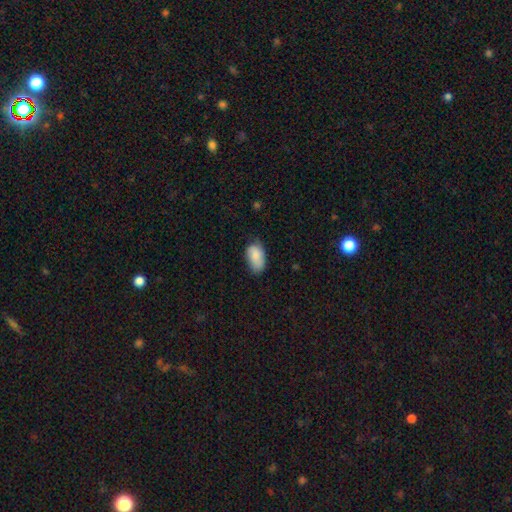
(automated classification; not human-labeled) smooth_or_featured: smooth (p=0.81) [alt: featured or disk p=0.12]
how_rounded: in between (p=0.93) [alt: round p=0.05]
merging: none (p=0.61) [alt: minor disturbance p=0.31]